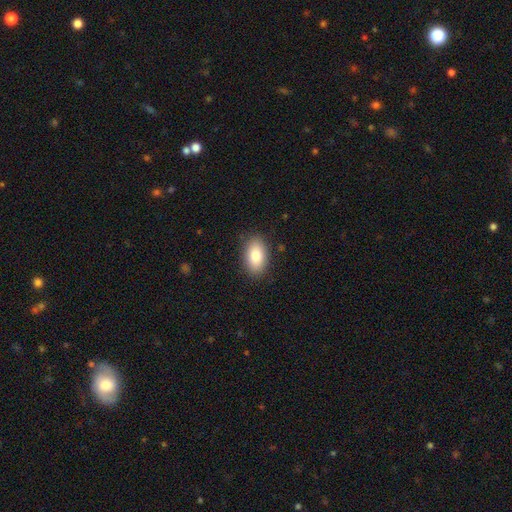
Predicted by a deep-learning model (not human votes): Morphology: type=smooth (85%); roundness=in between (92%); merging=none (86%).